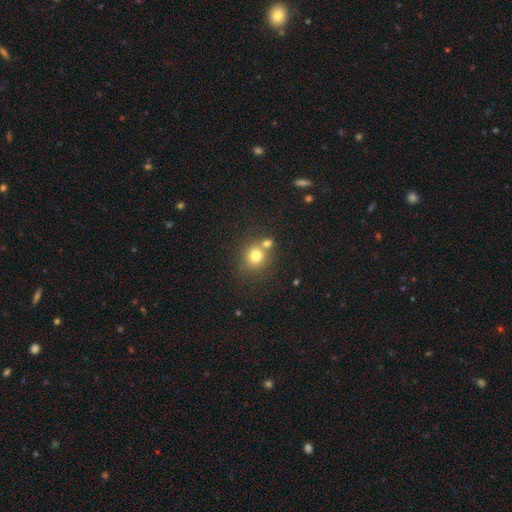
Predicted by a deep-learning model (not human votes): Smooth or featured?
  - smooth: 76% *
  - star or artifact: 13%
  - featured or disk: 10%
How rounded?
  - round: 83% *
  - in between: 16%
  - cigar-shaped: 1%
Merging?
  - none: 57% *
  - merger: 31%
  - minor disturbance: 9%
  - major disturbance: 3%